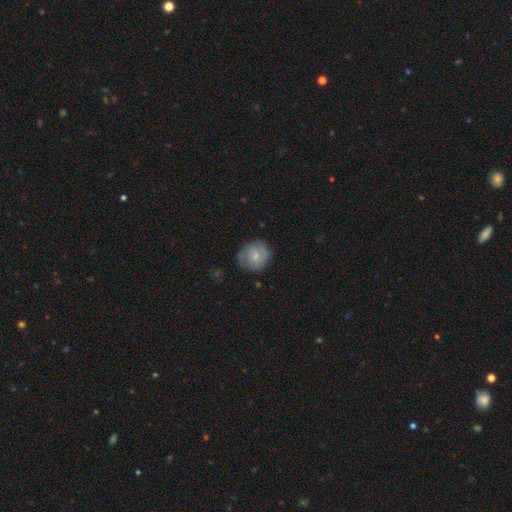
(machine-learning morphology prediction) Overall: featured or disk (51%; smooth 42%). Edge-on disk: no (98%). Bar: no (60%; weak 35%). Spiral arms: yes (86%). Bulge size: small (60%; moderate 30%). Merging: none (75%).